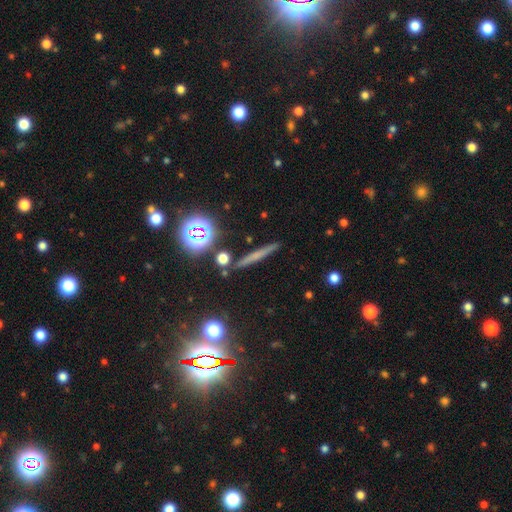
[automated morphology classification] type=smooth (47%); merging=none (88%).